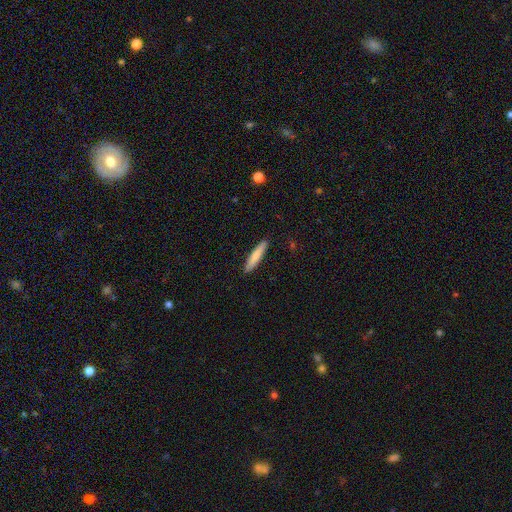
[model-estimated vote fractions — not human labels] The model was most divided on "smooth or featured": smooth: 78%, featured or disk: 17%, star or artifact: 5%. More confident: merging — none (91%); how rounded — cigar-shaped (90%).